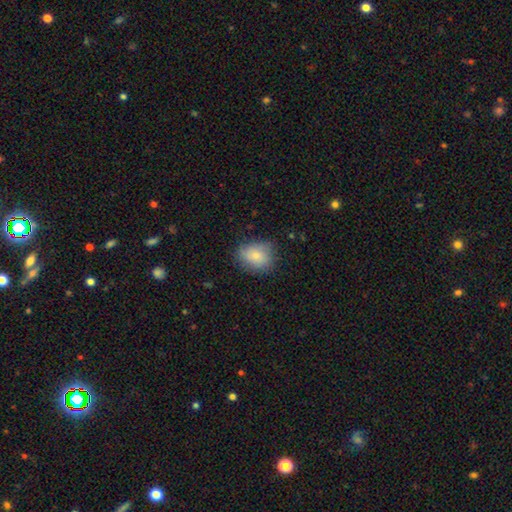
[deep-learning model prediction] smooth-or-featured: smooth: 77% | featured or disk: 14% | star or artifact: 8%
  how-rounded: round: 53% | in between: 46% | cigar-shaped: 1%
  merging: none: 71% | minor disturbance: 22% | major disturbance: 6% | merger: 1%